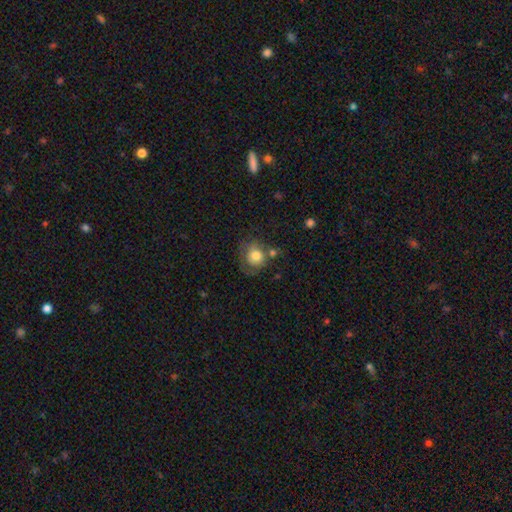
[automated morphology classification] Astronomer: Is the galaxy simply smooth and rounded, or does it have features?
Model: smooth — 70%.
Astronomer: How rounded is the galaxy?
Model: round — 77%.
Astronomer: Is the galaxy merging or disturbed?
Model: none — 50%.